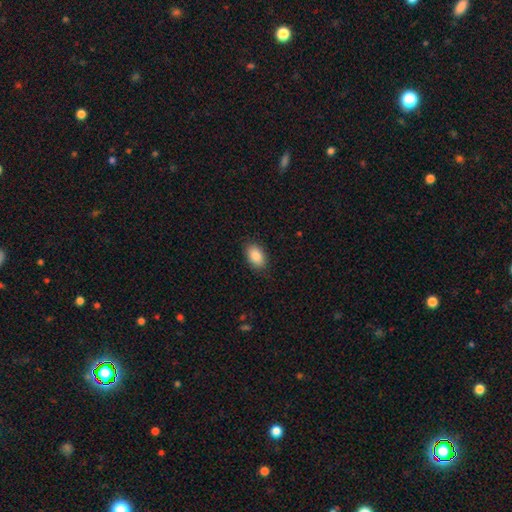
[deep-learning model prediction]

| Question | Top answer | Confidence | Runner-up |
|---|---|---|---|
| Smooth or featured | smooth | 88% | star or artifact (7%) |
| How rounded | in between | 92% | round (7%) |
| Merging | none | 86% | minor disturbance (11%) |